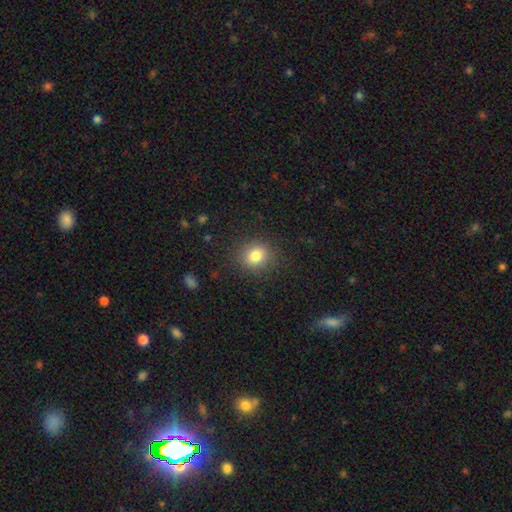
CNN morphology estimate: This is clearly a smooth galaxy (81%). How rounded: likely round (74%). Merging: clearly none (87%).